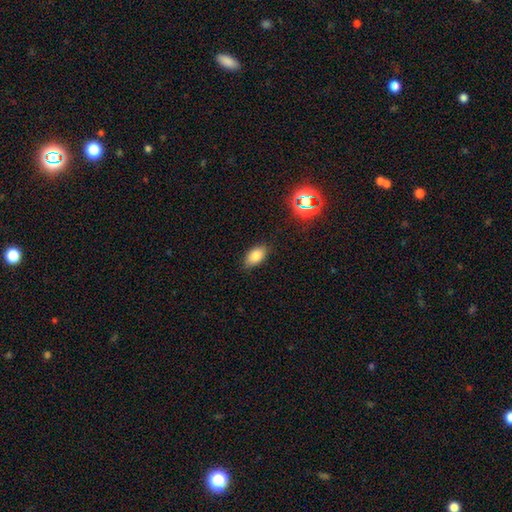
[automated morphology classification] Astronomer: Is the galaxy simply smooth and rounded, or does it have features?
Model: smooth — 80%.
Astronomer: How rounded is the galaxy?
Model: in between — 91%.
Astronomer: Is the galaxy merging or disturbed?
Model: none — 84%.